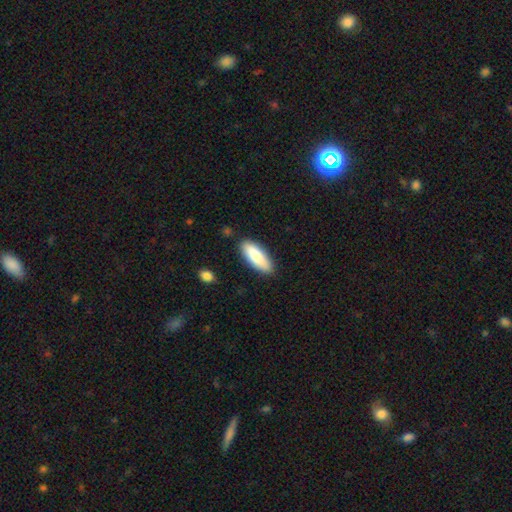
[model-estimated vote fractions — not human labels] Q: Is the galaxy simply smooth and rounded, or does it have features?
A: smooth — 85%.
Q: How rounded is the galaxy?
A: in between — 71%.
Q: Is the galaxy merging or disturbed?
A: none — 85%.